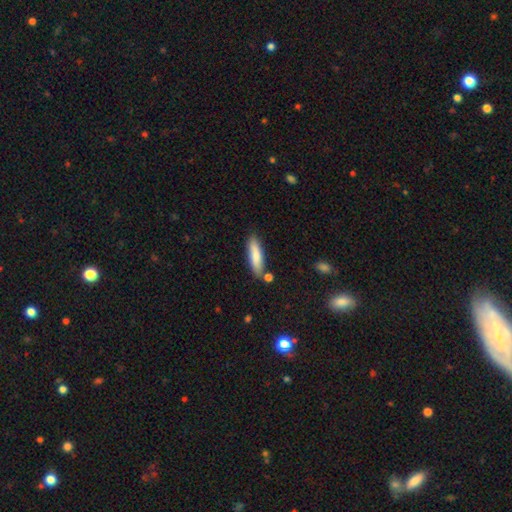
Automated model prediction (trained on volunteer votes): Smooth or featured: smooth — 80% (featured or disk — 14%)
How rounded: cigar-shaped — 69% (in between — 30%)
Merging: none — 79% (minor disturbance — 12%)